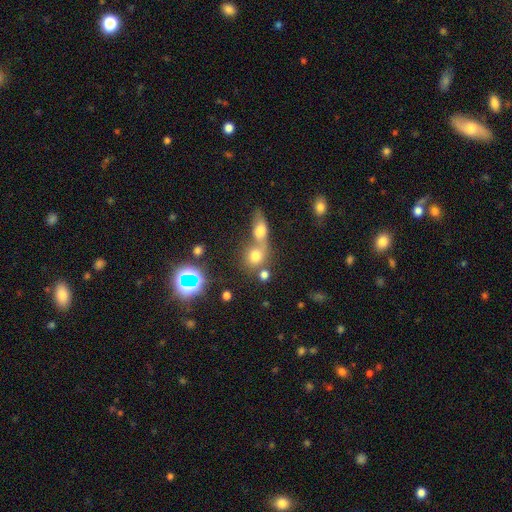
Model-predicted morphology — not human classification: This is likely a smooth galaxy (70%). How rounded: likely round (70%). Merging: possibly merger (50%).